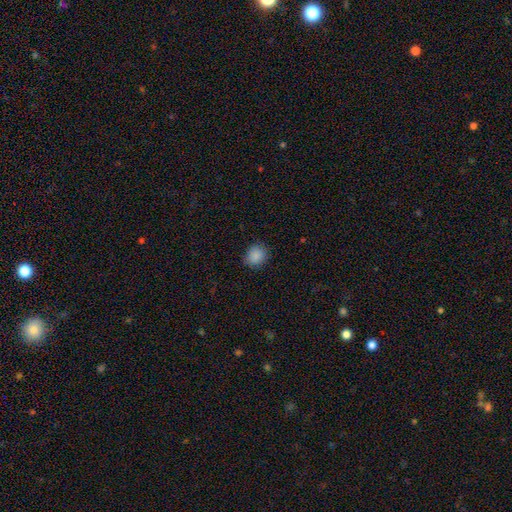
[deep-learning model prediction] A smooth galaxy with no disk features (88%) that is round (72%). Merging: none (83%).